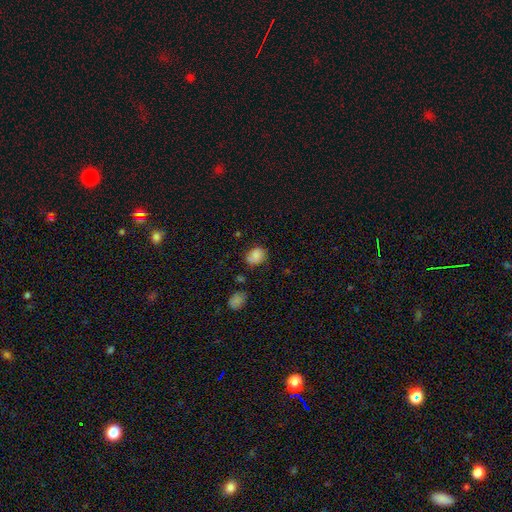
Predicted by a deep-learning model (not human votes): Morphology: type=smooth (82%); roundness=in between (59%); merging=none (66%).